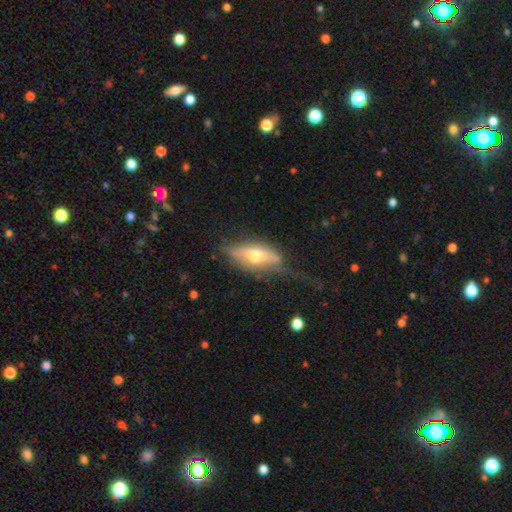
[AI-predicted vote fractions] This is possibly a featured or disk galaxy (52%). It is likely viewed edge-on (67%). Merging: marginally none (45%).